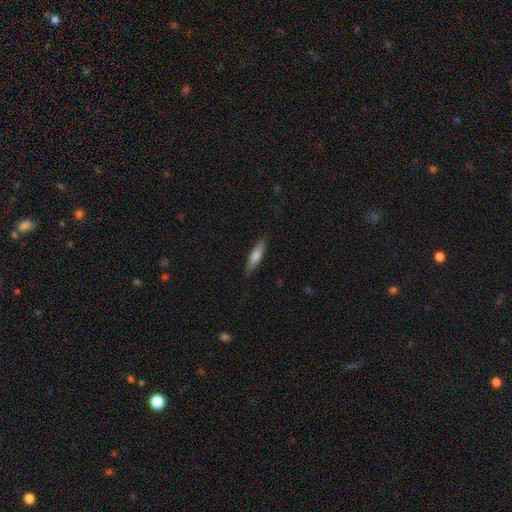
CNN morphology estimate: This appears to be a smooth galaxy with no disk features (71%) that is cigar-shaped (75%). Merging: none (85%).